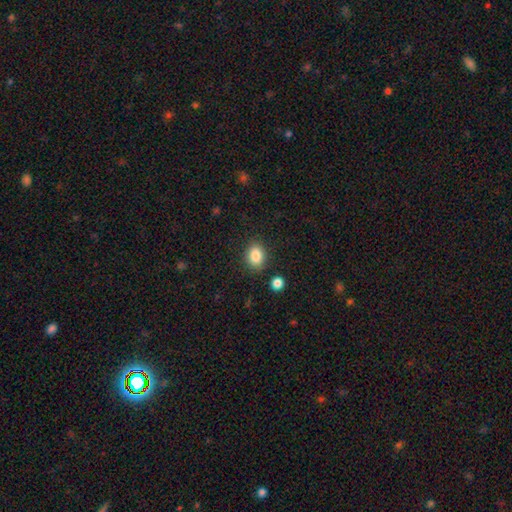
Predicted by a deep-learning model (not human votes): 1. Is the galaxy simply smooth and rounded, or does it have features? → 86% smooth, 9% star or artifact, 5% featured or disk.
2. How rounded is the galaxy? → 67% in between, 32% round, 1% cigar-shaped.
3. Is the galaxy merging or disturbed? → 85% none, 9% minor disturbance, 3% major disturbance, 3% merger.